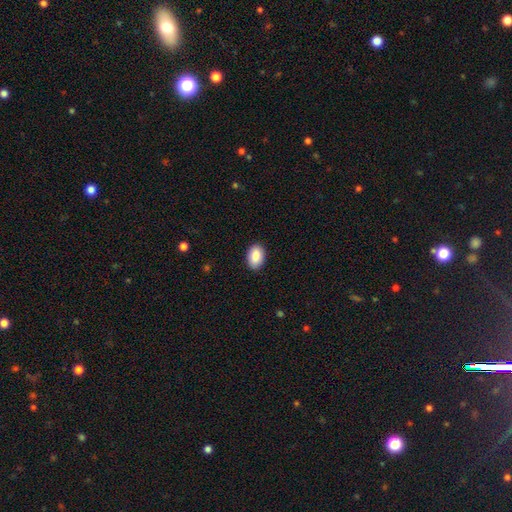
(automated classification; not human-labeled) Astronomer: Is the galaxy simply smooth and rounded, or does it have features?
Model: smooth — 87%.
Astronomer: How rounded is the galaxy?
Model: in between — 90%.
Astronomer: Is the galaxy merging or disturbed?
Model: none — 89%.